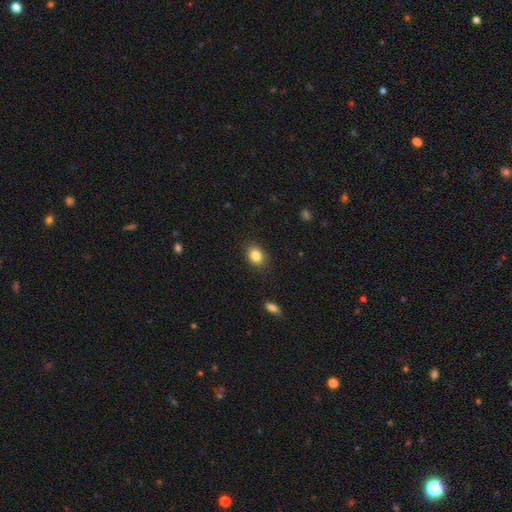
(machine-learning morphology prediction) Smooth or featured? Predicted: smooth (p=0.85). How rounded? Predicted: in between (p=0.59). Merging? Predicted: none (p=0.86).